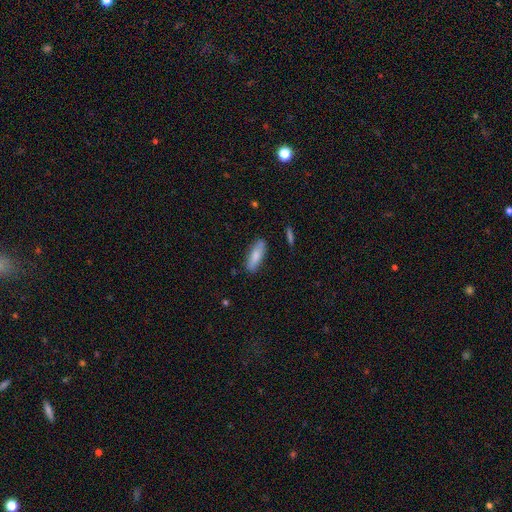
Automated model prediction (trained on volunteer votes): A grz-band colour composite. It shows a smooth galaxy with no disk features (78%) that is in between round and cigar-shaped (51%). Merging: none (84%).